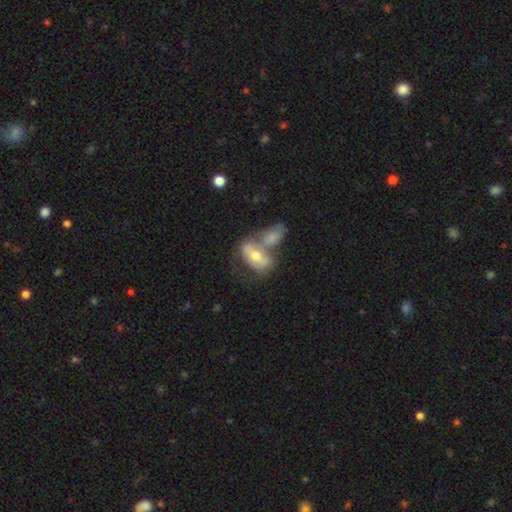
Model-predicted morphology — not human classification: The model was most divided on "smooth or featured": smooth: 50%, featured or disk: 43%, star or artifact: 7%. More confident: how rounded — in between (87%); merging — merger (58%).